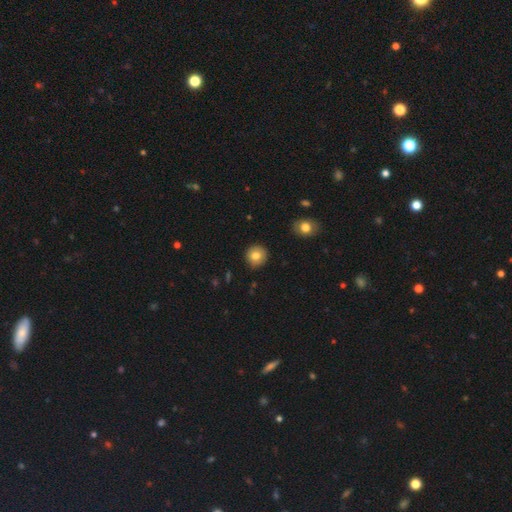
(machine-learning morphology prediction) type=smooth (79%); roundness=round (92%); merging=none (89%).